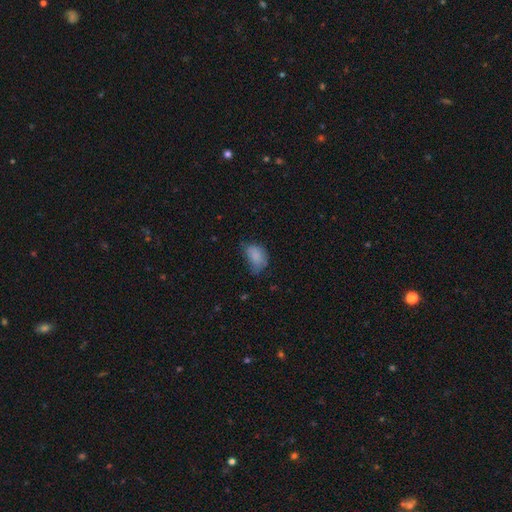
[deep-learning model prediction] A smooth galaxy with no disk features (79%) that is in between round and cigar-shaped (84%).

Vote fractions:
- Smooth or featured? smooth: 79% / featured or disk: 11% / star or artifact: 10%
- How rounded? in between: 84% / round: 15% / cigar-shaped: 1%
- Merging? minor disturbance: 42% / none: 36% / major disturbance: 19% / merger: 3%